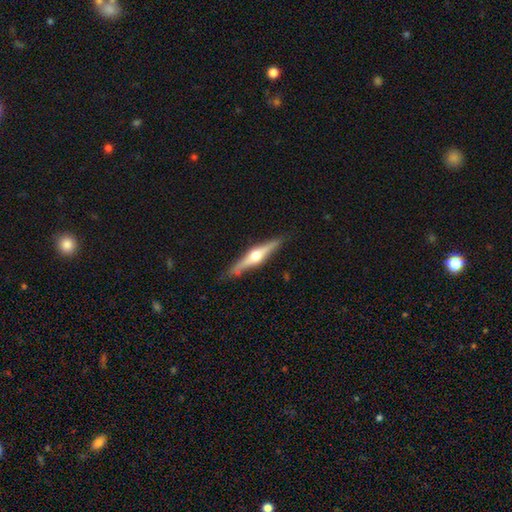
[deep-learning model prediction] Q: Smooth or featured?
A: featured or disk (72%); runner-up: smooth (23%)
Q: Edge-on disk?
A: yes (97%); runner-up: no (3%)
Q: Edge-on bulge?
A: rounded (95%); runner-up: boxy (3%)
Q: Merging?
A: none (86%); runner-up: minor disturbance (10%)